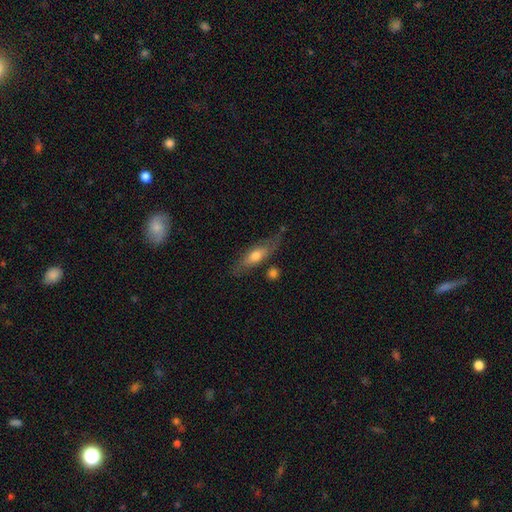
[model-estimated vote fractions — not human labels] smooth-or-featured: smooth: 56% | featured or disk: 37% | star or artifact: 6%
  how-rounded: in between: 50% | cigar-shaped: 47% | round: 3%
  merging: none: 66% | minor disturbance: 20% | major disturbance: 7% | merger: 6%